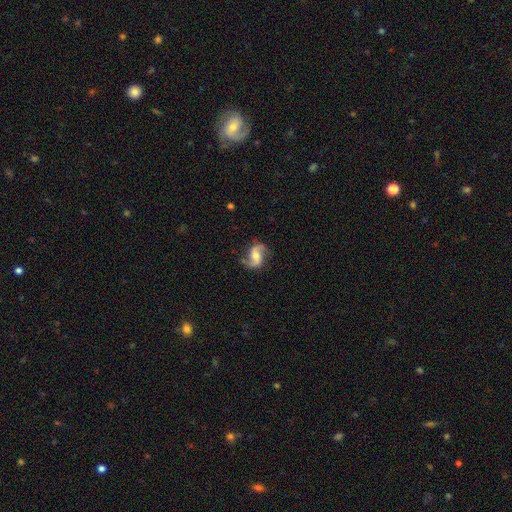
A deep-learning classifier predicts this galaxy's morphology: featured or disk 86%, smooth 9%, star or artifact 6%. Down the decision tree: edge-on disk — no (98%); bar — weak (43%); spiral arms — yes (97%); spiral arm count — 2 (93%); spiral winding — loose (56%); bulge size — moderate (52%); merging — none (80%).